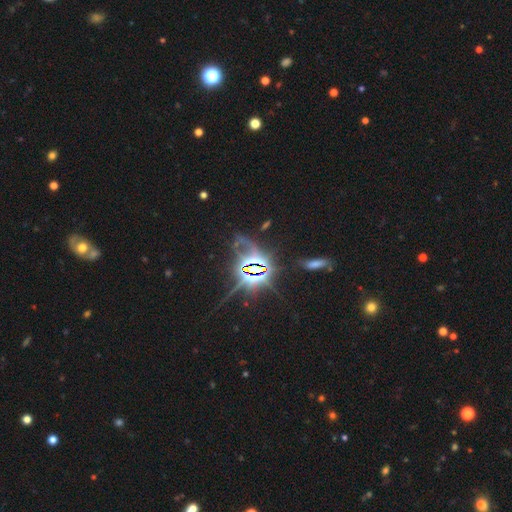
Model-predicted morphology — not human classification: This appears to be a star or artifact, not a galaxy (77%).